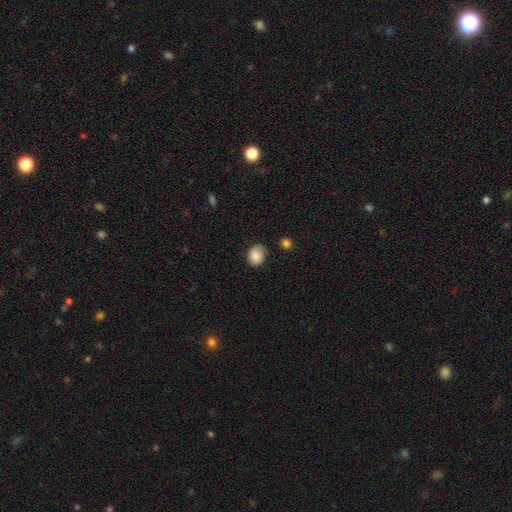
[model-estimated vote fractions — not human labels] A smooth galaxy with no disk features (81%) that is round (62%). Merging: none (65%).